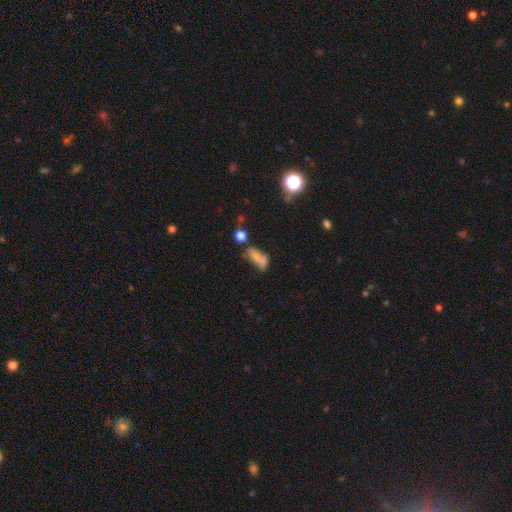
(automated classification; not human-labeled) This is likely a smooth galaxy (65%). How rounded: likely in between (74%). Merging: marginally none (33%).